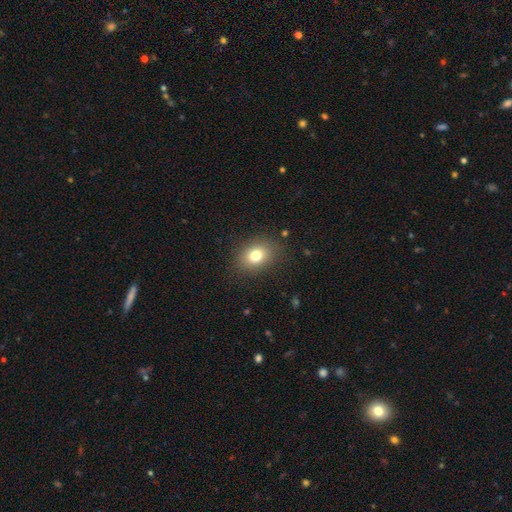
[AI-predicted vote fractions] A smooth galaxy with no disk features (78%) that is in between round and cigar-shaped (64%). Merging: none (85%).